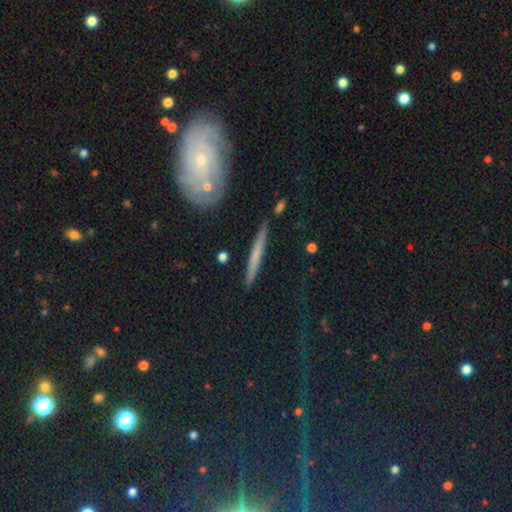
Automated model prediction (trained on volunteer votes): The model was most divided on "smooth or featured": smooth: 47%, featured or disk: 45%, star or artifact: 8%. More confident: merging — none (87%).